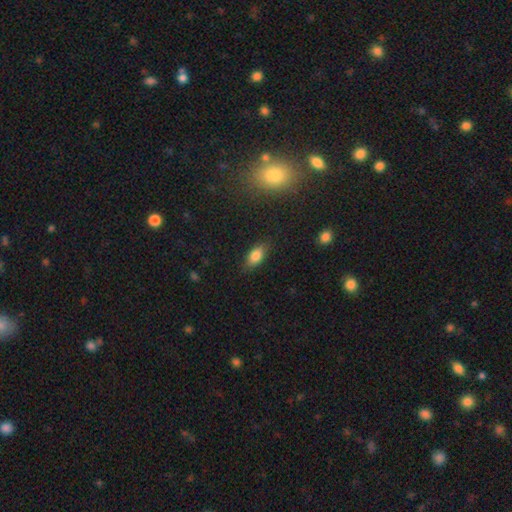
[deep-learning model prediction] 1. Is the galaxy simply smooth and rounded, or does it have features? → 81% smooth, 10% featured or disk, 9% star or artifact.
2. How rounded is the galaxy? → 86% in between, 9% cigar-shaped, 5% round.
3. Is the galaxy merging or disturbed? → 82% none, 14% minor disturbance, 3% major disturbance, 1% merger.